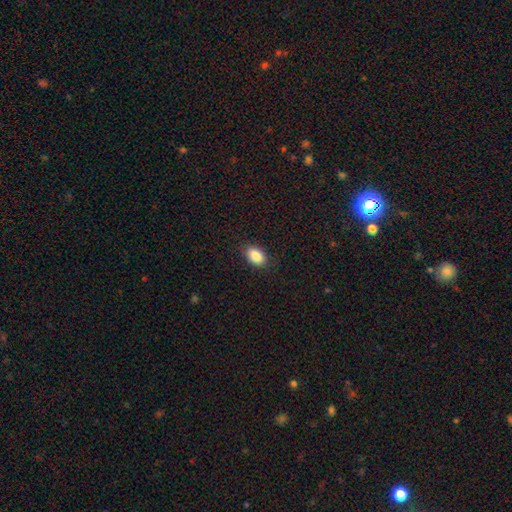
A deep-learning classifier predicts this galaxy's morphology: This appears to be a smooth galaxy with no disk features (87%) that is in between round and cigar-shaped (89%). Merging: none (86%).